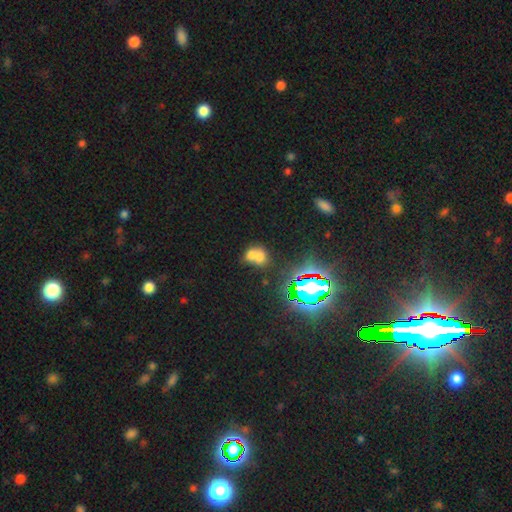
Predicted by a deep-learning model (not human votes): smooth 56%, star or artifact 23%, featured or disk 21%. Down the decision tree: how rounded — round (57%); merging — merger (65%).